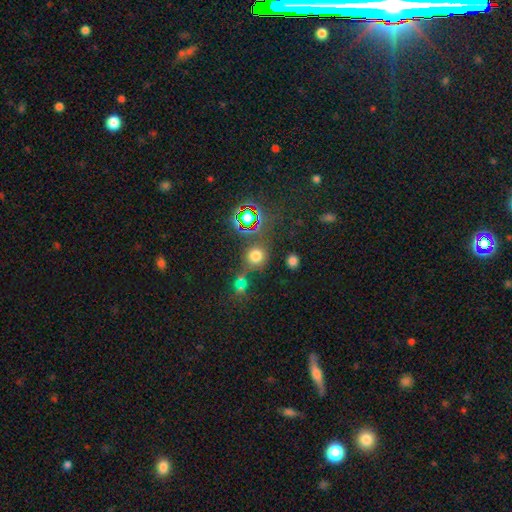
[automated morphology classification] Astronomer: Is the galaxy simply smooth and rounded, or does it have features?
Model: smooth — 63%.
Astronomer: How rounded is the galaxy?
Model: round — 91%.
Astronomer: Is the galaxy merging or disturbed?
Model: none — 71%.